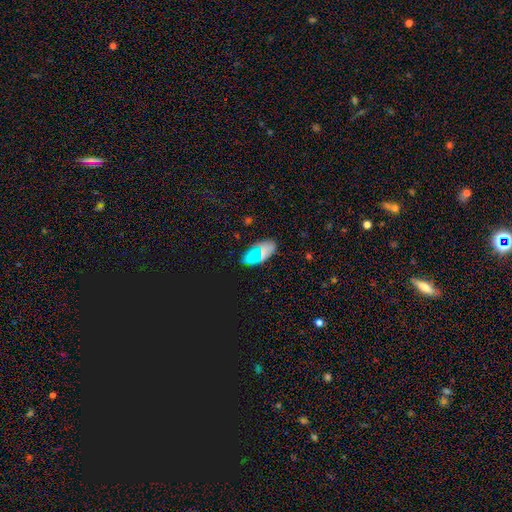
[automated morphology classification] type=smooth (63%); roundness=in between (91%); merging=none (81%).